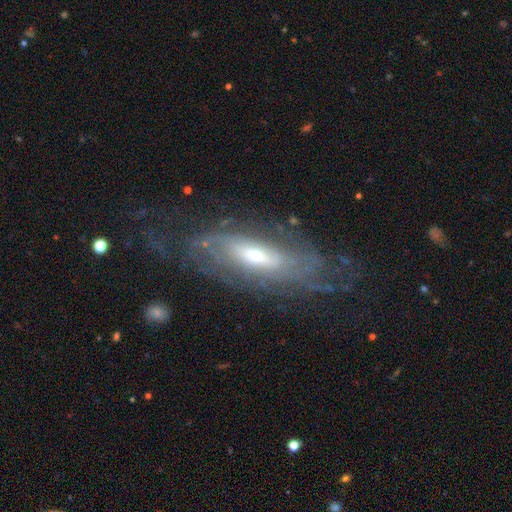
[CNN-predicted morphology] type=featured or disk (76%); edge-on=no (79%); bar=no (50%); spiral arms=yes (79%); bulge=moderate (52%); merging=none (62%).